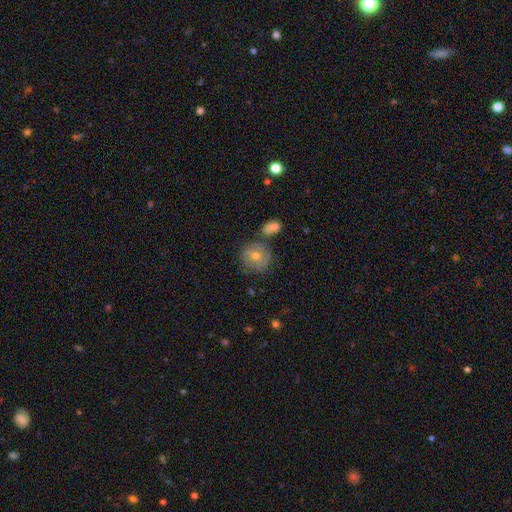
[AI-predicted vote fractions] Smooth or featured? smooth (64%)
How rounded? round (84%)
Merging? none (62%)